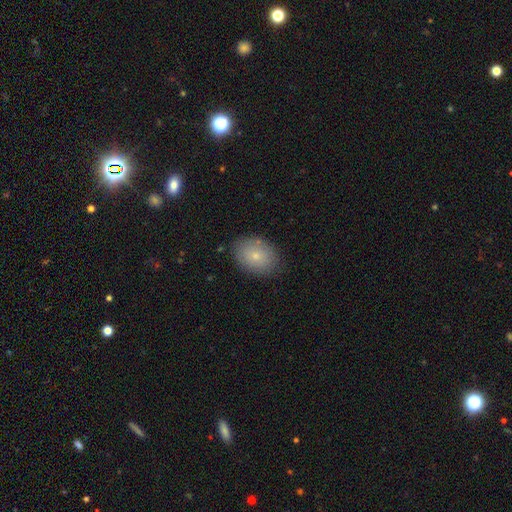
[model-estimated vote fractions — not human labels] Overall: smooth (77%). How rounded: in between (66%; round 33%). Merging: none (82%).